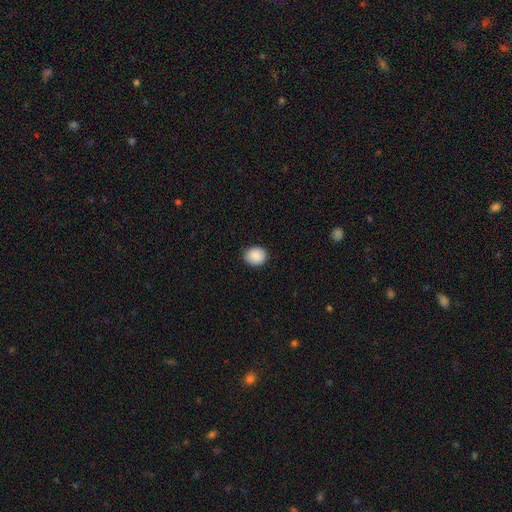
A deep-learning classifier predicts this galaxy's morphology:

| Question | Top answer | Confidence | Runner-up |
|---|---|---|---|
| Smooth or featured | smooth | 90% | star or artifact (7%) |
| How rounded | round | 73% | in between (26%) |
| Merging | none | 90% | minor disturbance (8%) |